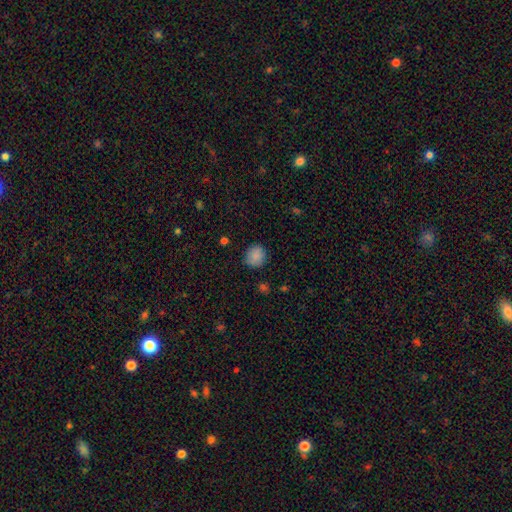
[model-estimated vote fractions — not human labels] This appears to be a smooth galaxy with no disk features (86%) that is round (79%). Merging: none (83%).